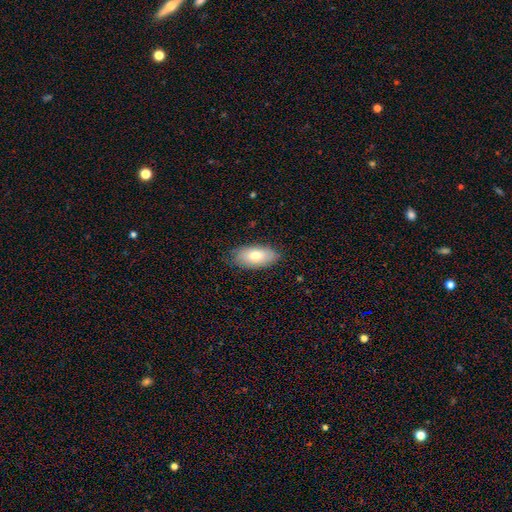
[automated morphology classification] Smooth or featured? Predicted: smooth (p=0.73). How rounded? Predicted: in between (p=0.92). Merging? Predicted: none (p=0.81).